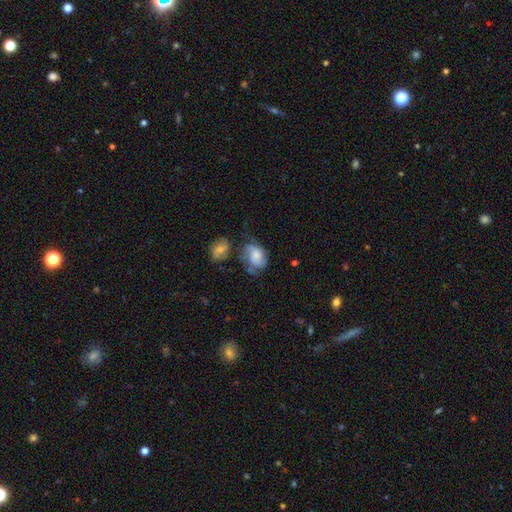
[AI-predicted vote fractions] A featured or disk galaxy (49%). Merging: none (37%).